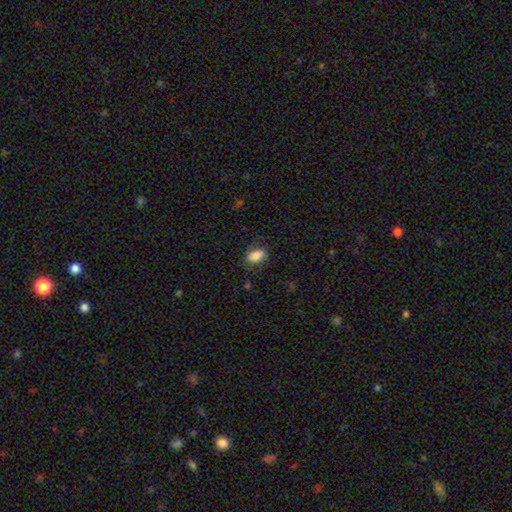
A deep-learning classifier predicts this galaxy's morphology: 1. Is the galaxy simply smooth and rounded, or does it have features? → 86% smooth, 8% star or artifact, 7% featured or disk.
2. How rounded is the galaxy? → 89% in between, 8% round, 3% cigar-shaped.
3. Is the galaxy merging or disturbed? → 79% none, 16% minor disturbance, 4% major disturbance, 1% merger.